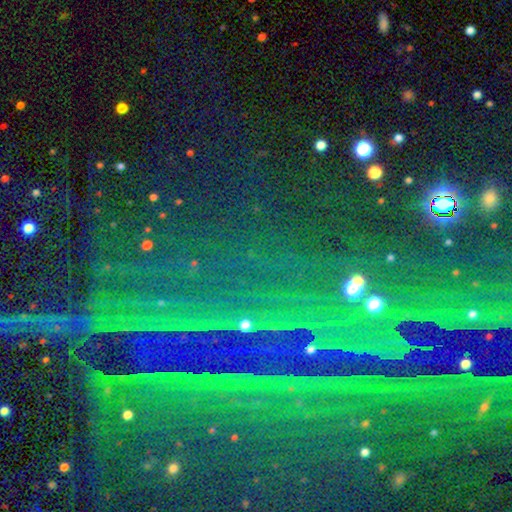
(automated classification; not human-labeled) The model was most divided on "smooth or featured": star or artifact: 86%, smooth: 7%, featured or disk: 7%.